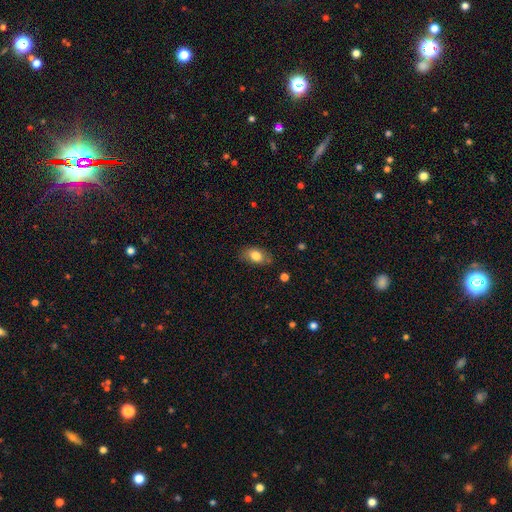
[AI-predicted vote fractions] Smooth or featured?
  - smooth: 81% *
  - featured or disk: 12%
  - star or artifact: 8%
How rounded?
  - in between: 87% *
  - round: 11%
  - cigar-shaped: 2%
Merging?
  - none: 76% *
  - minor disturbance: 18%
  - major disturbance: 4%
  - merger: 2%